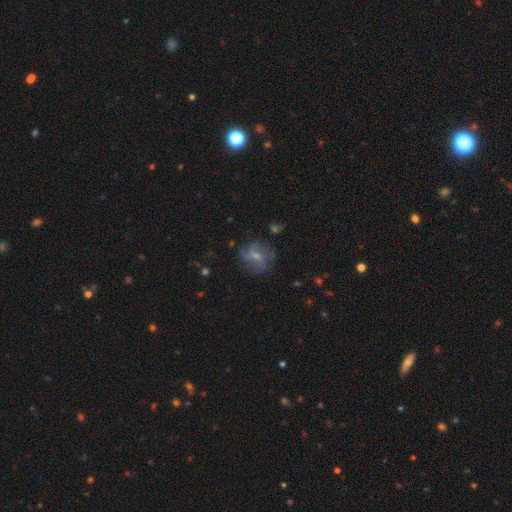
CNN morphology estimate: A featured or disk galaxy (59%) with a weak bar (49%), spiral arms (74%) and a small central bulge (50%).

Vote fractions:
- Smooth or featured? featured or disk: 59% / smooth: 30% / star or artifact: 11%
- Edge-on disk? no: 96% / yes: 4%
- Bar? weak: 49% / no: 39% / strong: 12%
- Spiral arms? yes: 74% / no: 26%
- Bulge size? small: 50% / moderate: 37% / none: 10% / large: 2% / dominant: 1%
- Merging? none: 63% / minor disturbance: 20% / major disturbance: 15% / merger: 2%